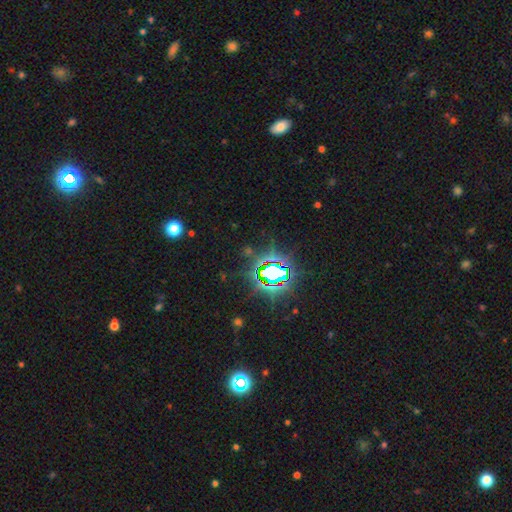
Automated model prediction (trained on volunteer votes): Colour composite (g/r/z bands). It shows a star or artifact, not a galaxy (81%).